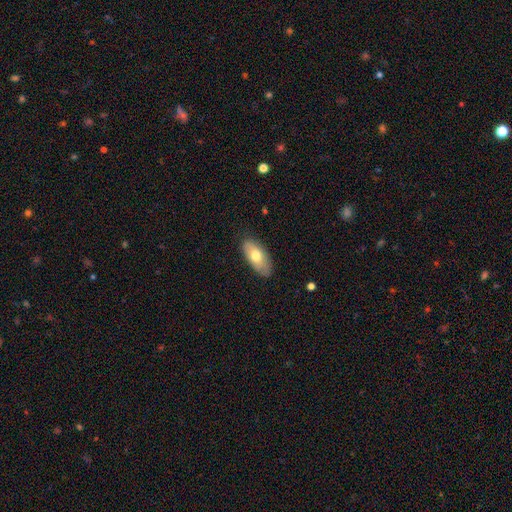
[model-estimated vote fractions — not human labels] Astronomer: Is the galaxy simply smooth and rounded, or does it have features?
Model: smooth — 70%.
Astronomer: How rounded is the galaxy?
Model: in between — 90%.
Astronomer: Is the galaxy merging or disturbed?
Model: none — 80%.